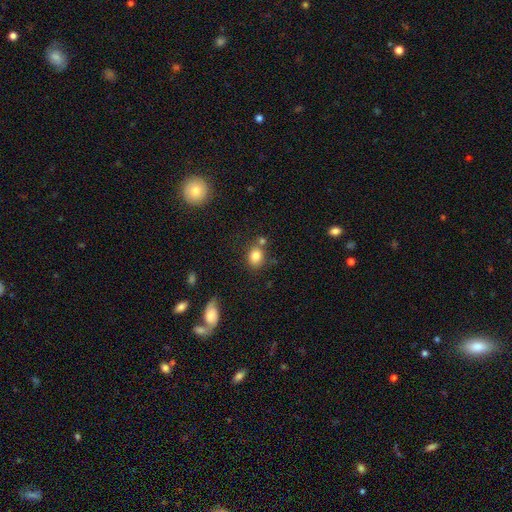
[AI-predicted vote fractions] Smooth or featured? Predicted: smooth (p=0.82). How rounded? Predicted: round (p=0.54). Merging? Predicted: none (p=0.65).